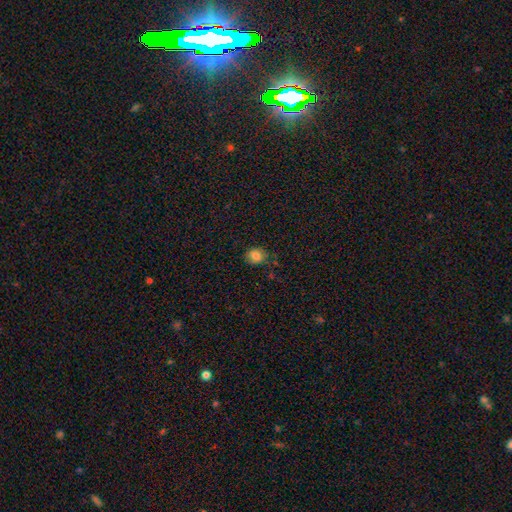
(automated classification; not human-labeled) Smooth or featured? smooth (82%)
How rounded? round (72%)
Merging? none (78%)